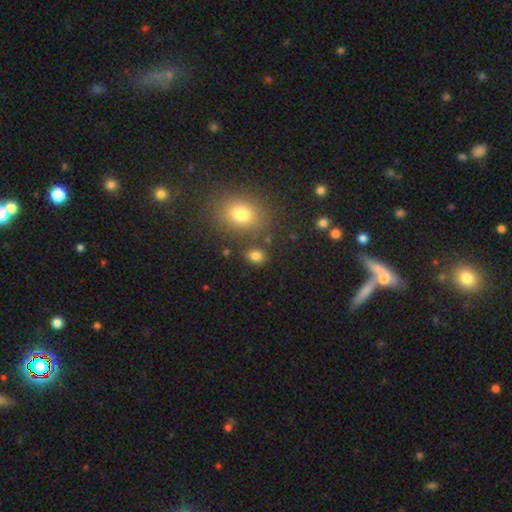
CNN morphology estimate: This appears to be a smooth galaxy with no disk features (80%) that is in between round and cigar-shaped (51%). Merging: none (80%).